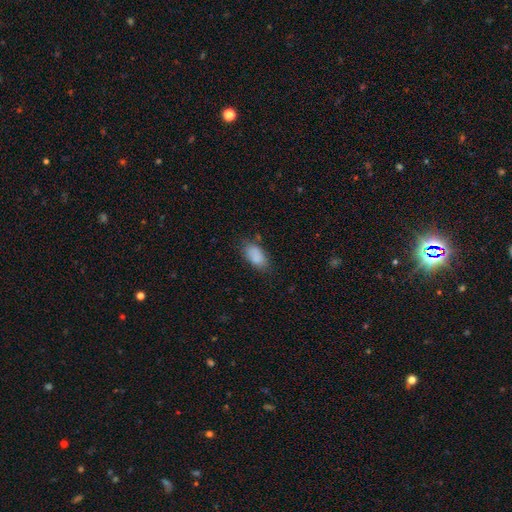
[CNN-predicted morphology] Overall: smooth (85%). How rounded: in between (92%). Merging: none (70%).